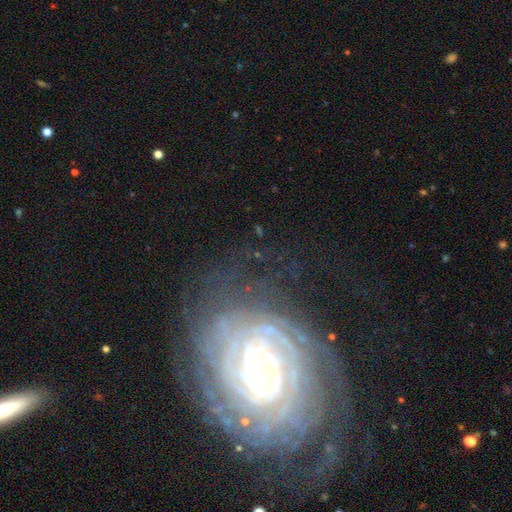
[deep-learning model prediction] Morphology: type=featured or disk (83%); edge-on=no (96%); bar=weak (45%); spiral arms=yes (96%); winding=tight (81%); arm count=can't tell (38%); bulge=small (57%); merging=none (74%).